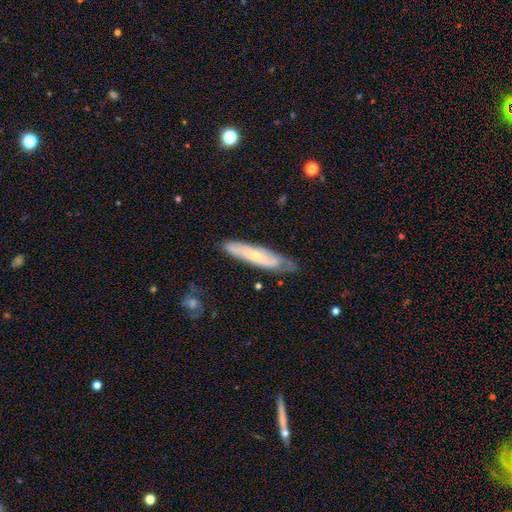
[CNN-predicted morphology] The model was most divided on "edge-on disk": no: 52%, yes: 48%. More confident: merging — none (67%); smooth or featured — featured or disk (53%).